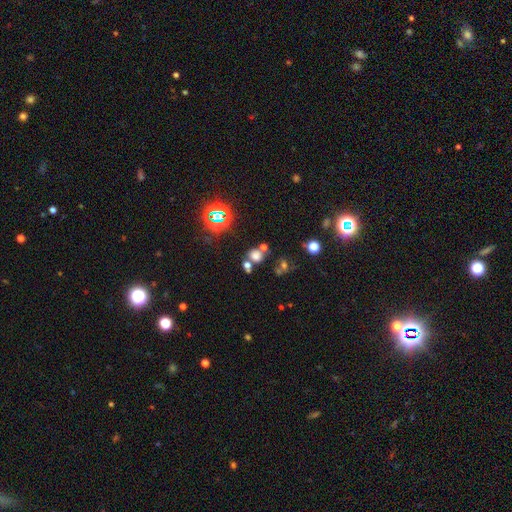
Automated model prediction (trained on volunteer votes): smooth 59%, star or artifact 31%, featured or disk 10%. Down the decision tree: how rounded — round (68%); merging — none (56%).